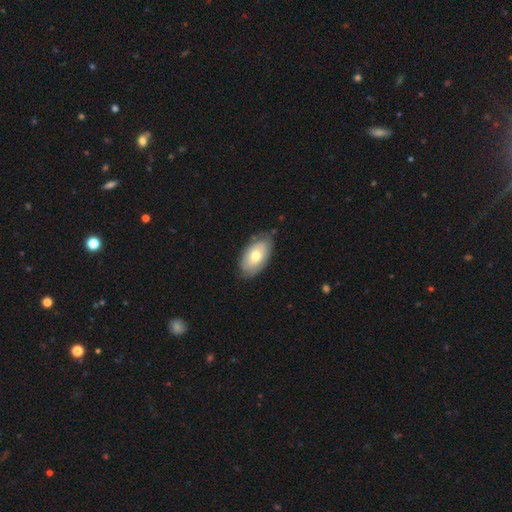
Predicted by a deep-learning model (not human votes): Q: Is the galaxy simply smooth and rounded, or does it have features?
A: smooth — 59%.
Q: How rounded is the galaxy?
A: in between — 94%.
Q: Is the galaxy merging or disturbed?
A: none — 76%.